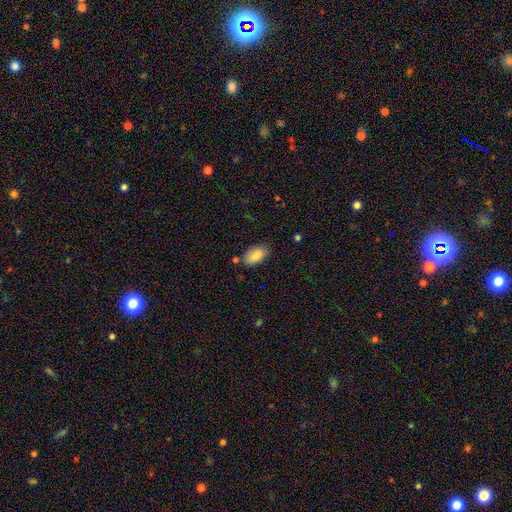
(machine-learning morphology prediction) Smooth or featured? smooth (86%)
How rounded? in between (94%)
Merging? none (78%)